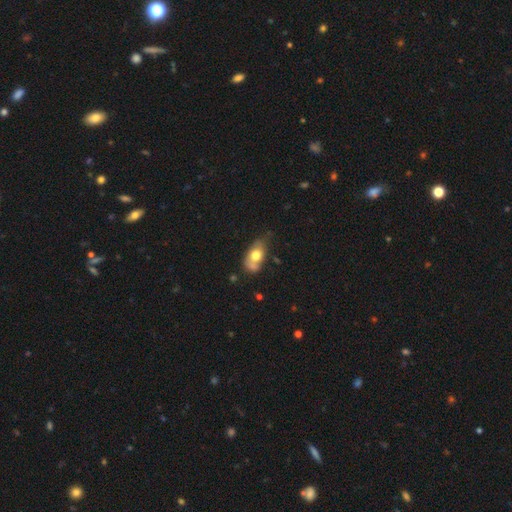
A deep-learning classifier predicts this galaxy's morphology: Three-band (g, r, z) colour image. It shows a smooth galaxy with no disk features (63%) that is in between round and cigar-shaped (87%). Merging: none (41%).